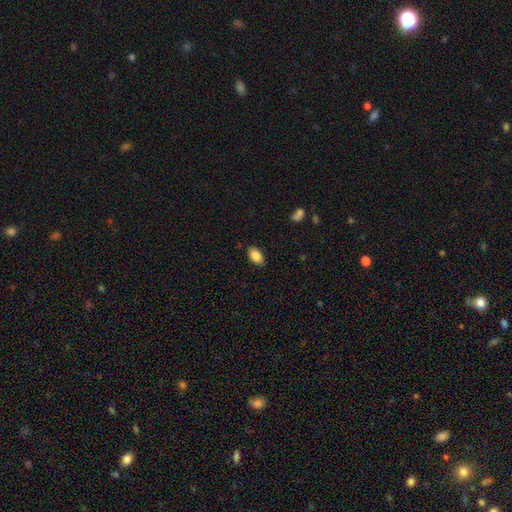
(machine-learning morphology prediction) A smooth galaxy with no disk features (85%) that is in between round and cigar-shaped (92%). Merging: none (86%).